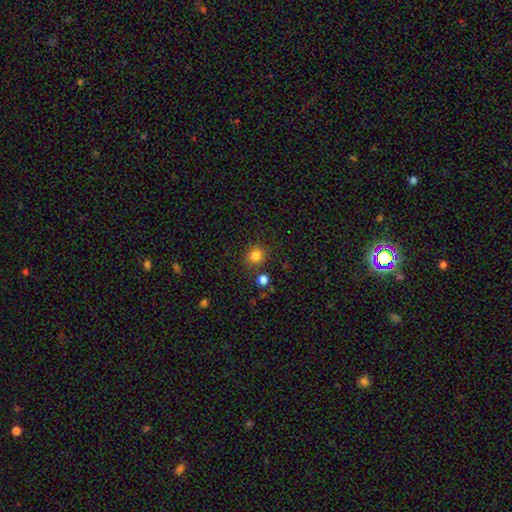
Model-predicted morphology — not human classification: Smooth or featured? Predicted: smooth (p=0.82). How rounded? Predicted: round (p=0.90). Merging? Predicted: none (p=0.81).